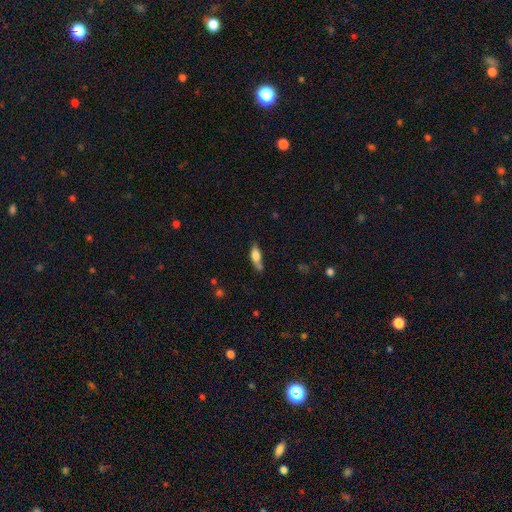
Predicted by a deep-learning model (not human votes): smooth-or-featured: smooth: 71% | featured or disk: 21% | star or artifact: 8%
  how-rounded: in between: 62% | cigar-shaped: 34% | round: 3%
  merging: none: 52% | minor disturbance: 27% | merger: 11% | major disturbance: 9%